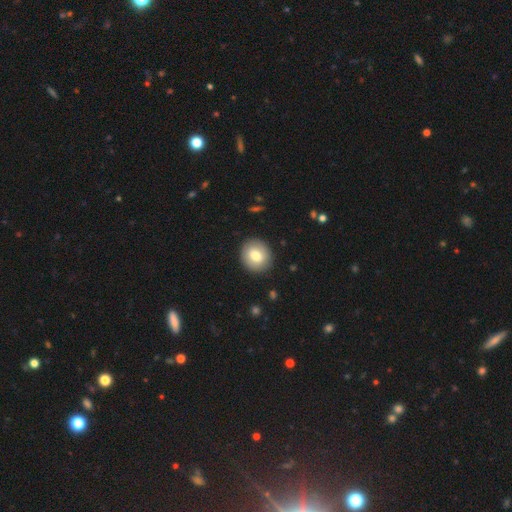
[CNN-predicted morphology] A smooth galaxy with no disk features (76%) that is round (78%). Merging: none (89%).